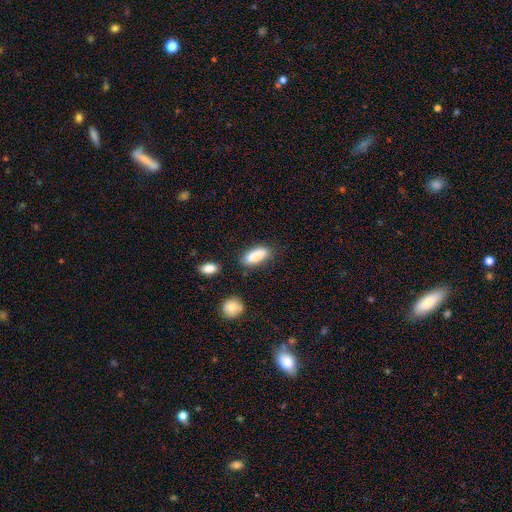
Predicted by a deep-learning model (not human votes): A smooth galaxy with no disk features (87%) that is in between round and cigar-shaped (75%). Merging: none (77%).